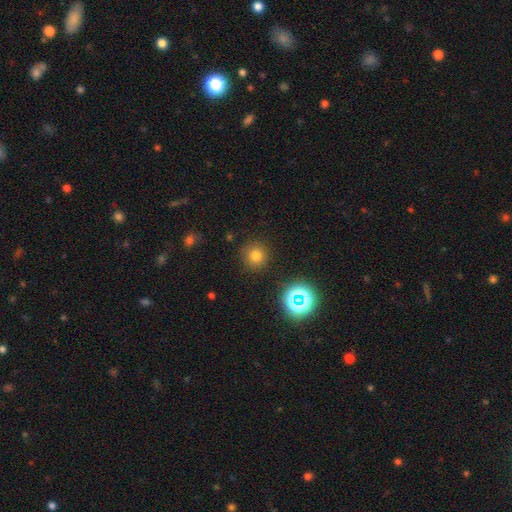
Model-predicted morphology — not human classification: A smooth galaxy with no disk features (74%) that is round (94%). Merging: none (88%).